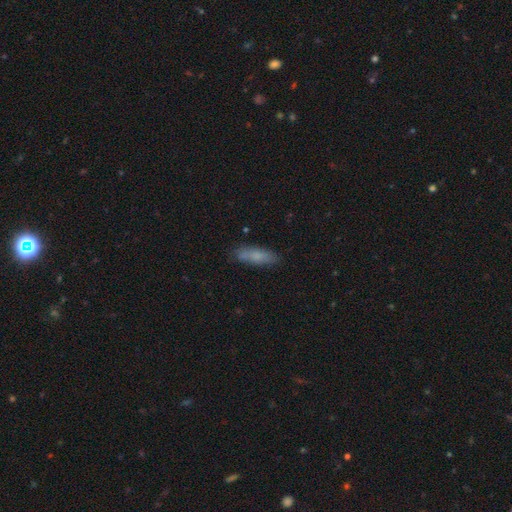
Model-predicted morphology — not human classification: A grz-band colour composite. It shows a smooth galaxy with no disk features (76%) that is cigar-shaped (56%). Merging: none (80%).